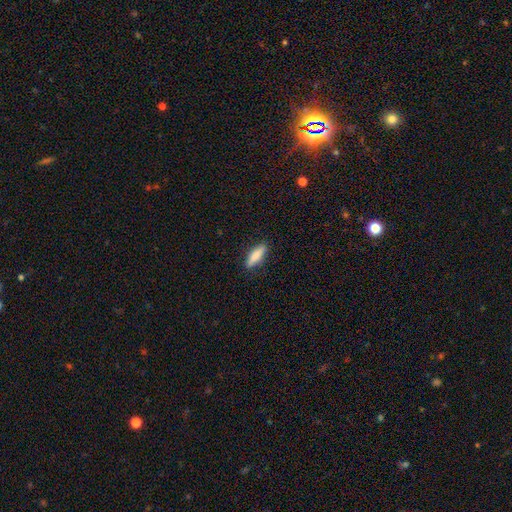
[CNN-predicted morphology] Overall: smooth (81%). How rounded: cigar-shaped (61%; in between 37%). Merging: none (87%).